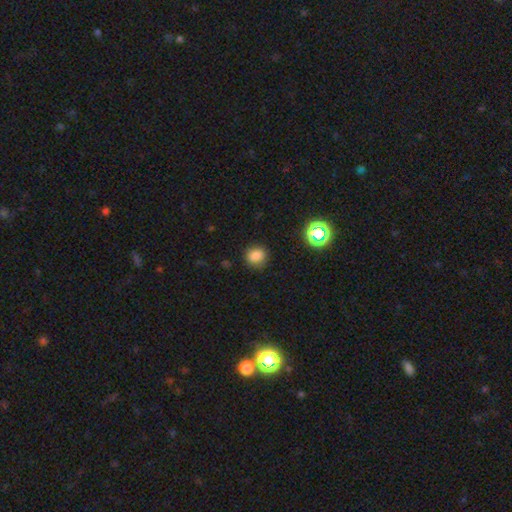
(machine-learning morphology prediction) Smooth or featured?
  - smooth: 81% *
  - star or artifact: 14%
  - featured or disk: 5%
How rounded?
  - round: 79% *
  - in between: 20%
  - cigar-shaped: 1%
Merging?
  - none: 83% *
  - minor disturbance: 12%
  - major disturbance: 3%
  - merger: 1%